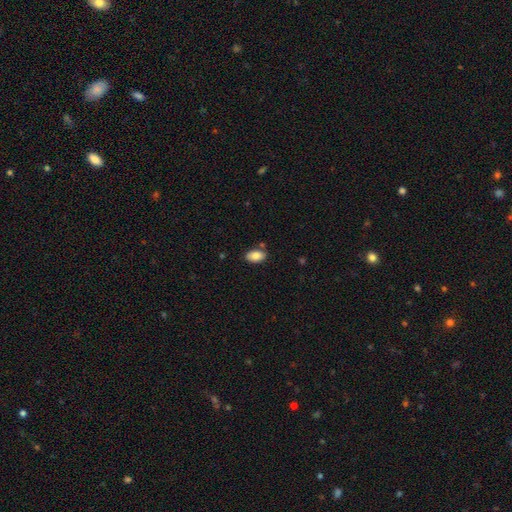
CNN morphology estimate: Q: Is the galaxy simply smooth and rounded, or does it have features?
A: smooth — 84%.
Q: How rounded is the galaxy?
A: in between — 93%.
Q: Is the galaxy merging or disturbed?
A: none — 80%.